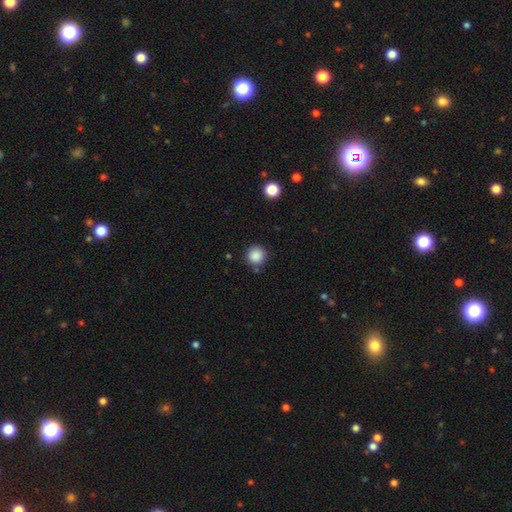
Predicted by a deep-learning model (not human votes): Morphology: type=smooth (87%); roundness=round (94%); merging=none (83%).